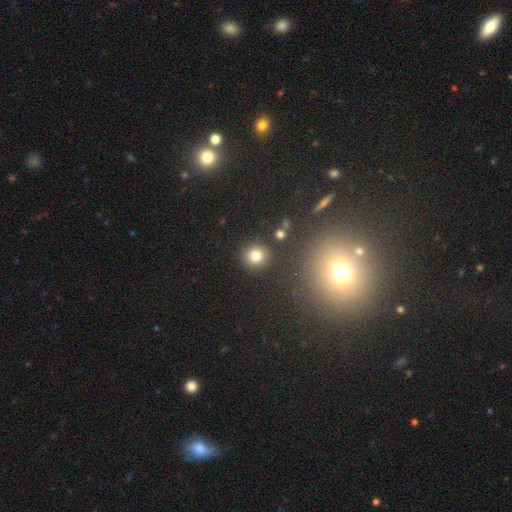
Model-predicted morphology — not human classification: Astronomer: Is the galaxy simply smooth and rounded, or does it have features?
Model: smooth — 79%.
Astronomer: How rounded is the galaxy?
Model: round — 92%.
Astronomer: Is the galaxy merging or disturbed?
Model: none — 87%.